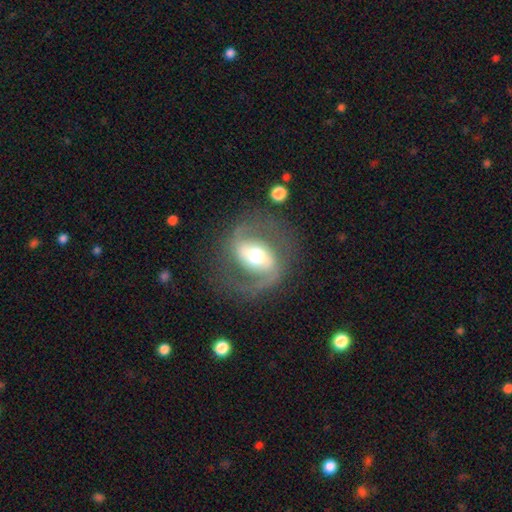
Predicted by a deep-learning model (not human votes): This is clearly a featured or disk galaxy (80%). It is clearly not viewed edge-on (96%). Bar: possibly strong (47%). Spiral arm pattern: clearly yes (82%). Spiral arm count: clearly 2 (90%). Spiral winding: possibly medium (54%). Central bulge: likely moderate (63%). Merging: likely none (74%).